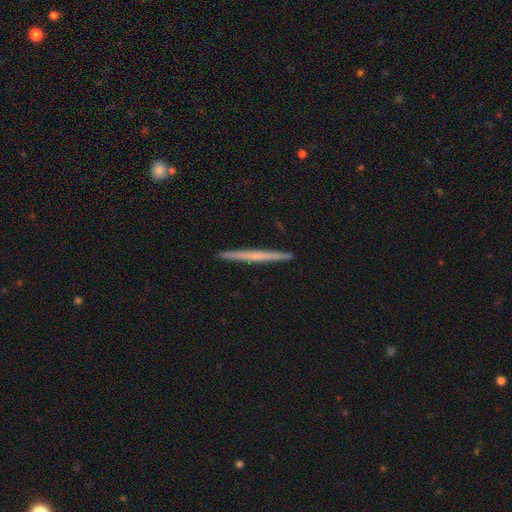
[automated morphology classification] smooth-or-featured: featured or disk: 54% | smooth: 41% | star or artifact: 5%
  disk-edge-on: yes: 98% | no: 2%
    edge-on-bulge: none: 79% | rounded: 17% | boxy: 5%
  merging: none: 93% | minor disturbance: 5% | major disturbance: 1% | merger: 1%